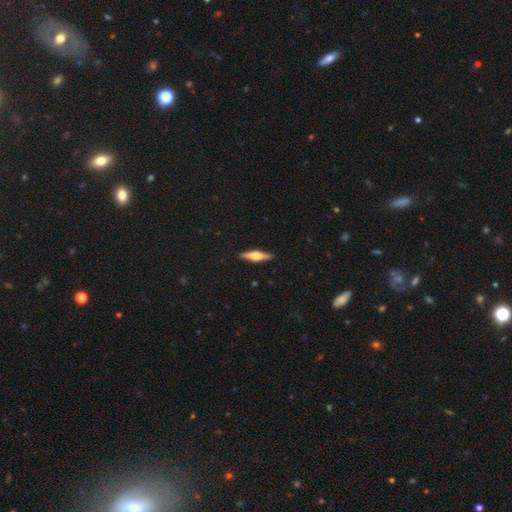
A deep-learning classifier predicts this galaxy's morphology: This appears to be a featured or disk galaxy (59%) viewed edge-on (96%) with a rounded central bulge (91%). Merging: none (91%).